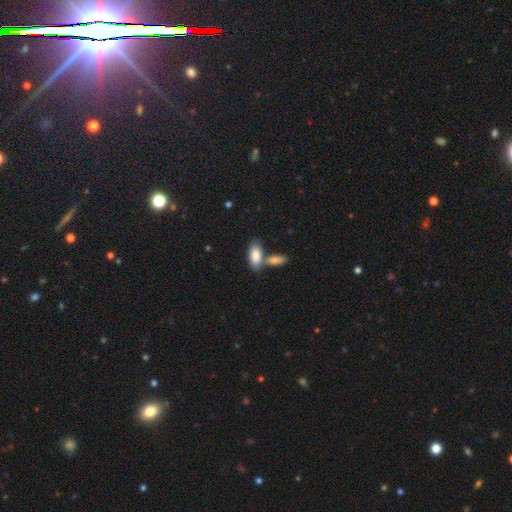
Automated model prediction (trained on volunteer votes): A smooth galaxy with no disk features (85%) that is in between round and cigar-shaped (89%). Merging: none (46%).